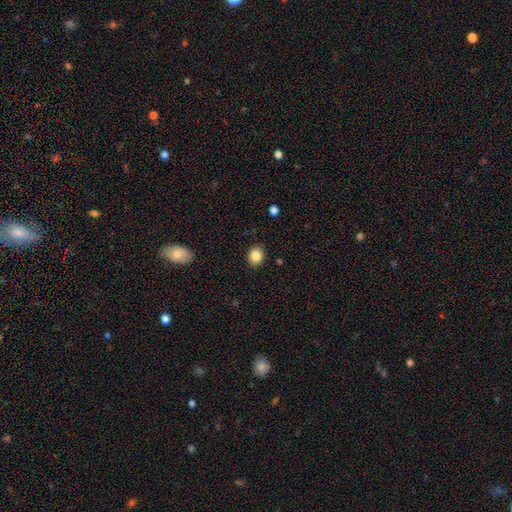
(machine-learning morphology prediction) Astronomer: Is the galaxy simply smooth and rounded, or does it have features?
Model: smooth — 86%.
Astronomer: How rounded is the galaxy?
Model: round — 58% (runner-up: in between, 41%).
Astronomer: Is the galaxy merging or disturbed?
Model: none — 89%.